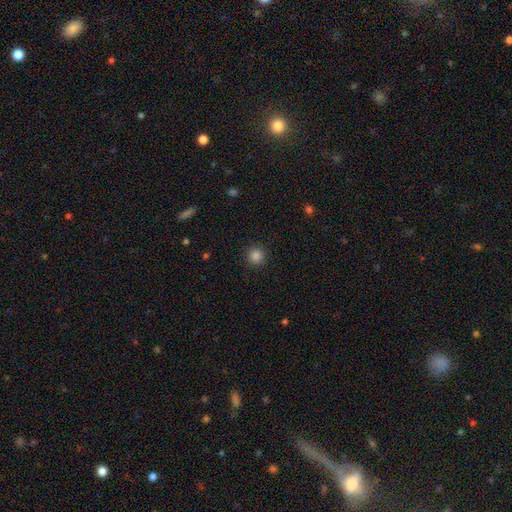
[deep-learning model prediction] A smooth galaxy with no disk features (85%) that is round (95%). Merging: none (92%).